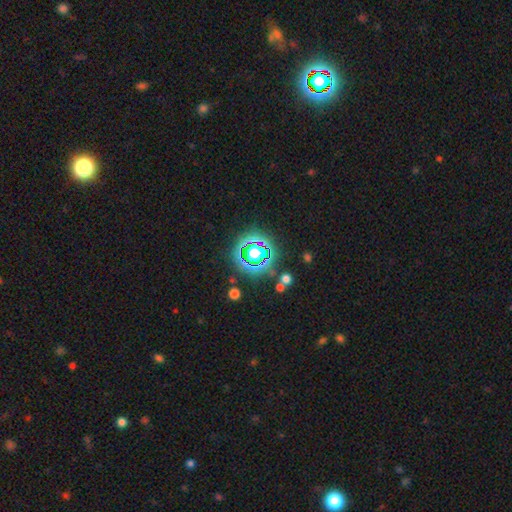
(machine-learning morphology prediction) This appears to be a star or artifact, not a galaxy (75%).